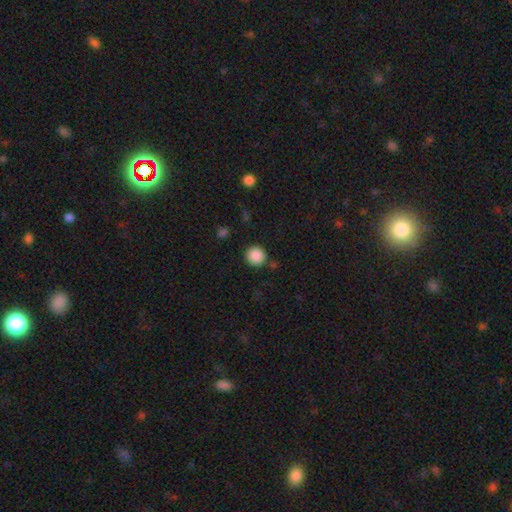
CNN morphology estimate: This appears to be a smooth galaxy with no disk features (88%) that is round (94%). Merging: none (88%).